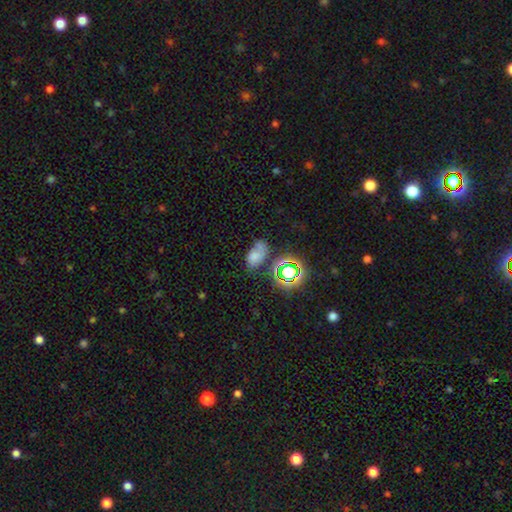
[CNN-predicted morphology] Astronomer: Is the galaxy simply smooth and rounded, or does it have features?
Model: smooth — 58%.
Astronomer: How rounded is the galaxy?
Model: in between — 85%.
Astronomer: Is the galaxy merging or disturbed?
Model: none — 44% (runner-up: minor disturbance, 25%).